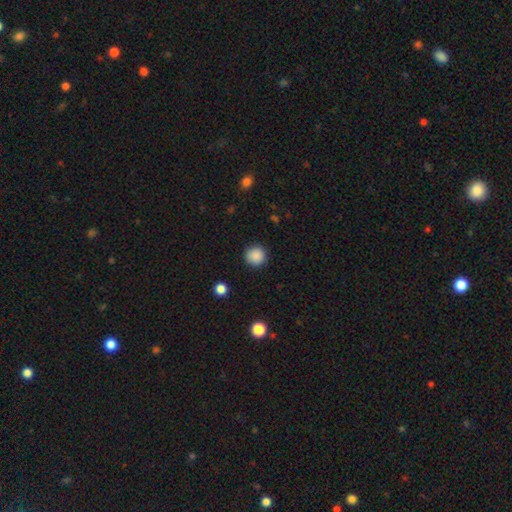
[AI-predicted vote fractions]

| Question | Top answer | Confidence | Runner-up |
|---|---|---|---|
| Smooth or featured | smooth | 88% | star or artifact (9%) |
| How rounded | round | 94% | in between (5%) |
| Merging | none | 90% | minor disturbance (7%) |